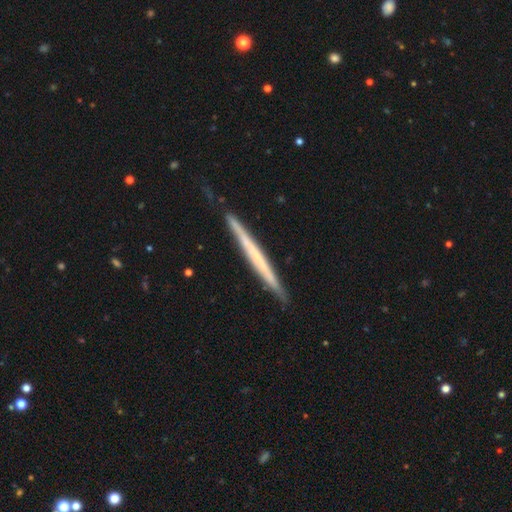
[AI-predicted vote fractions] featured or disk 58%, smooth 37%, star or artifact 5%. Down the decision tree: edge-on disk — yes (96%); edge-on bulge — none (86%); merging — none (84%).